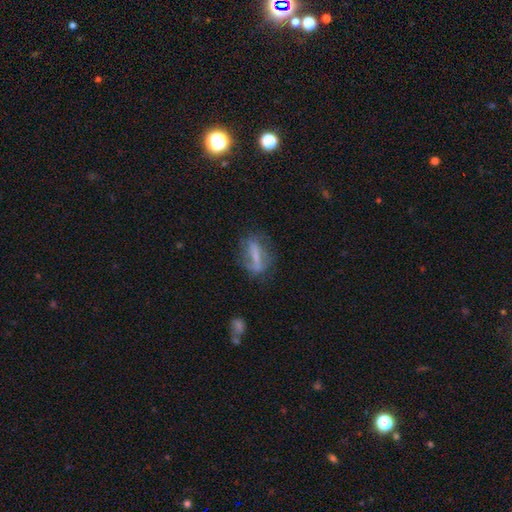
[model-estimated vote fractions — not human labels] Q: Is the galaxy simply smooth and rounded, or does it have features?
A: featured or disk — 49%.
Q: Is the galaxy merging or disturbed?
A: none — 56%.